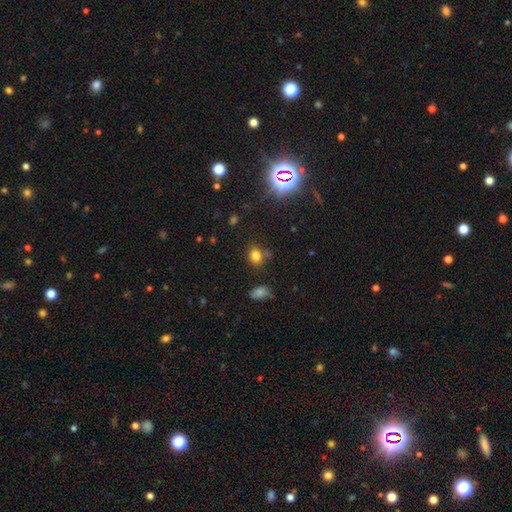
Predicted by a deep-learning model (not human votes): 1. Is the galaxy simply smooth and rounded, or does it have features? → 74% smooth, 18% star or artifact, 7% featured or disk.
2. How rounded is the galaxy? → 50% in between, 48% round, 2% cigar-shaped.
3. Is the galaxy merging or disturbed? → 69% none, 17% minor disturbance, 8% merger, 5% major disturbance.